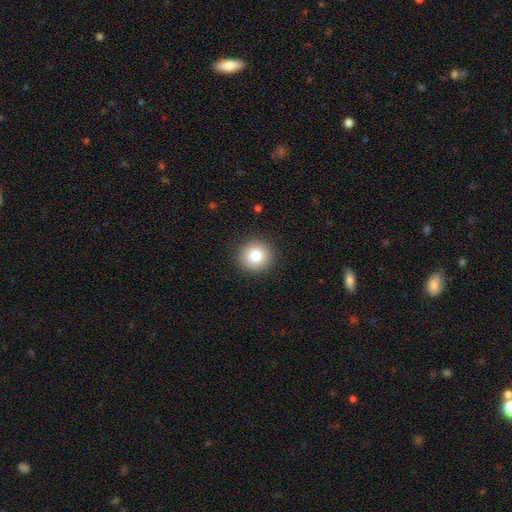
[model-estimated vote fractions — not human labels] smooth 83%, star or artifact 9%, featured or disk 7%. Down the decision tree: how rounded — round (92%); merging — none (91%).